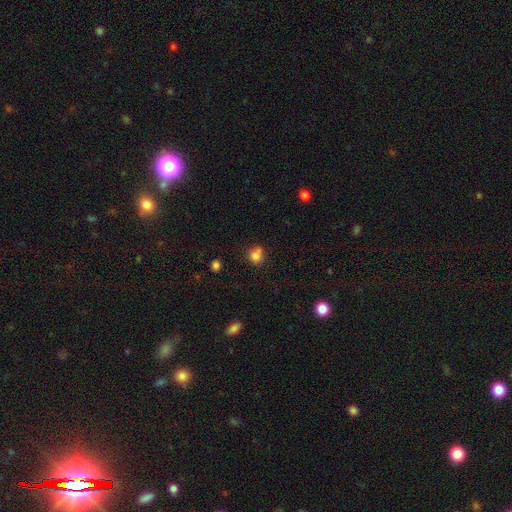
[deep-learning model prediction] smooth 79%, star or artifact 13%, featured or disk 9%. Down the decision tree: how rounded — round (79%); merging — none (55%).